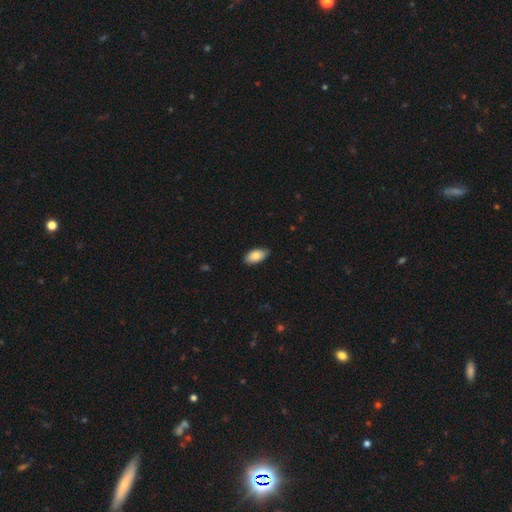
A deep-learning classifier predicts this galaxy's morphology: Smooth or featured?
  - smooth: 85% *
  - featured or disk: 9%
  - star or artifact: 6%
How rounded?
  - in between: 94% *
  - cigar-shaped: 3%
  - round: 3%
Merging?
  - none: 85% *
  - minor disturbance: 12%
  - major disturbance: 2%
  - merger: 1%